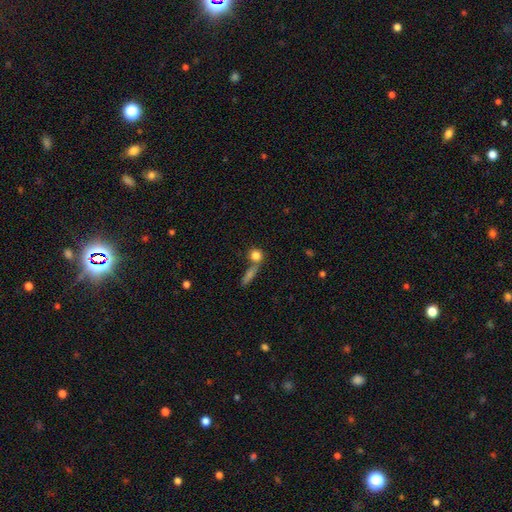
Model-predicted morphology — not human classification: This appears to be a smooth galaxy with no disk features (80%) that is round (79%). Merging: none (55%).